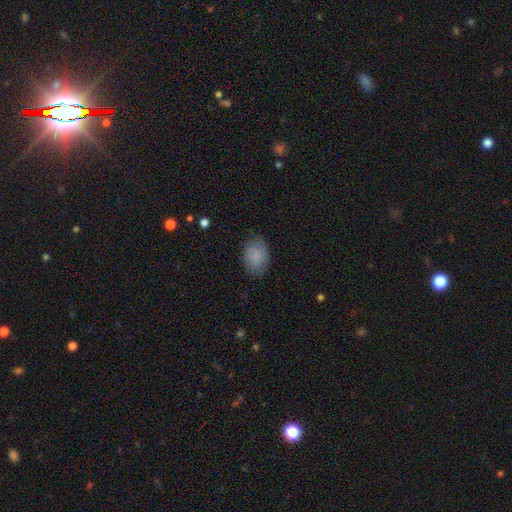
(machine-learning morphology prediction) This appears to be a smooth galaxy with no disk features (82%) that is in between round and cigar-shaped (73%). Merging: none (79%).